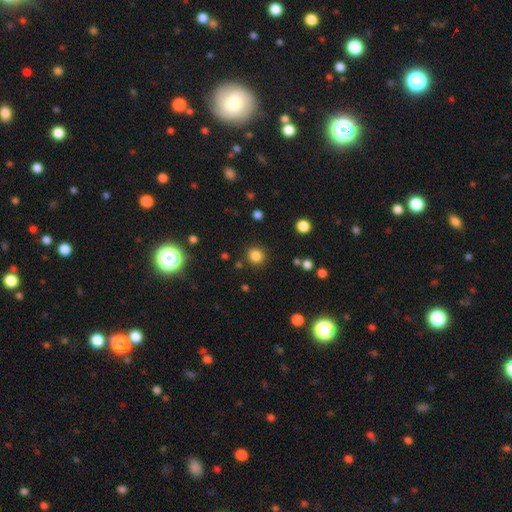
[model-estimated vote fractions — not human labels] smooth-or-featured: smooth: 82% | star or artifact: 13% | featured or disk: 4%
  how-rounded: round: 91% | in between: 8% | cigar-shaped: 1%
  merging: none: 88% | minor disturbance: 7% | major disturbance: 3% | merger: 3%